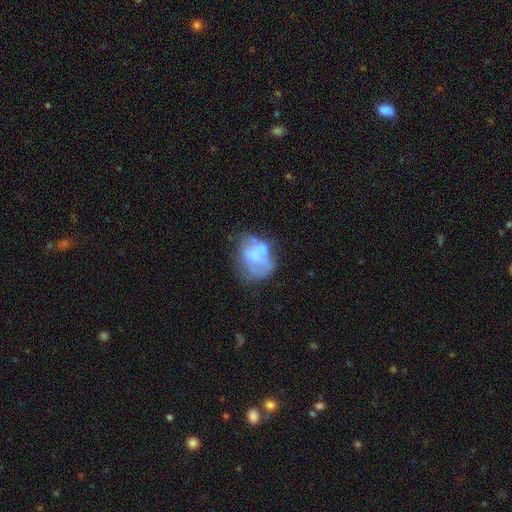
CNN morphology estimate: Smooth or featured?
  - featured or disk: 51% *
  - smooth: 39%
  - star or artifact: 10%
Edge-on disk?
  - no: 98% *
  - yes: 2%
Bar?
  - no: 83% *
  - weak: 13%
  - strong: 4%
Spiral arms?
  - no: 85% *
  - yes: 15%
Bulge size?
  - none: 53% *
  - moderate: 21%
  - small: 16%
  - large: 8%
  - dominant: 2%
Merging?
  - none: 33% *
  - major disturbance: 26%
  - minor disturbance: 24%
  - merger: 17%